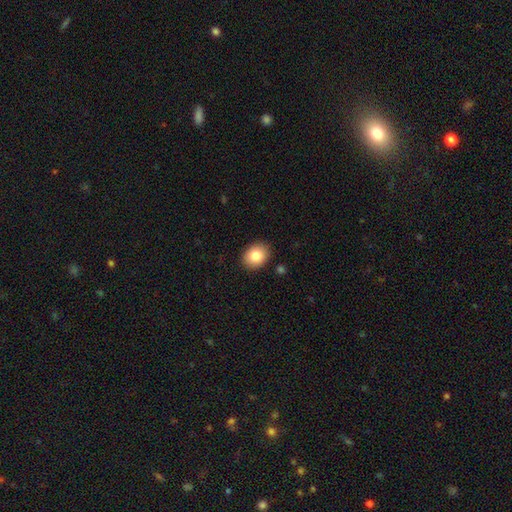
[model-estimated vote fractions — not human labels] A smooth galaxy with no disk features (85%) that is in between round and cigar-shaped (51%).

Vote fractions:
- Smooth or featured? smooth: 85% / star or artifact: 8% / featured or disk: 7%
- How rounded? in between: 51% / round: 49% / cigar-shaped: 1%
- Merging? none: 88% / minor disturbance: 8% / major disturbance: 2% / merger: 1%